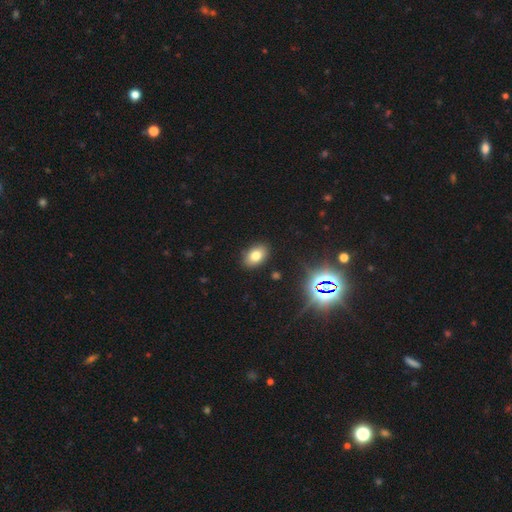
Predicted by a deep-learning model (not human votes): This is likely a smooth galaxy (76%). How rounded: clearly in between (84%). Merging: clearly none (88%).